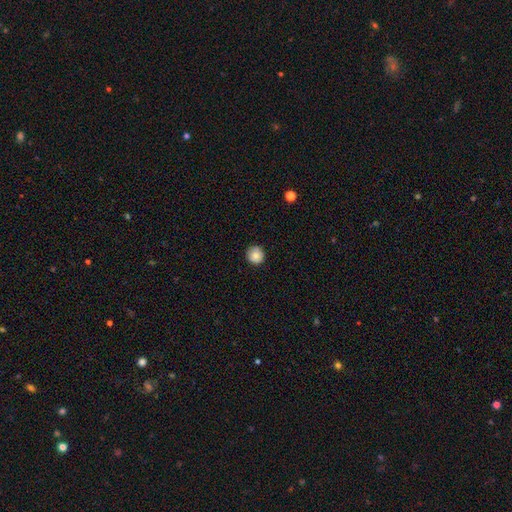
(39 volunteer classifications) Volunteers were most divided on "smooth or featured": smooth: 77%, featured or disk: 15%, star or artifact: 8%. More confident: merging — none (100%); how rounded — round (97%).